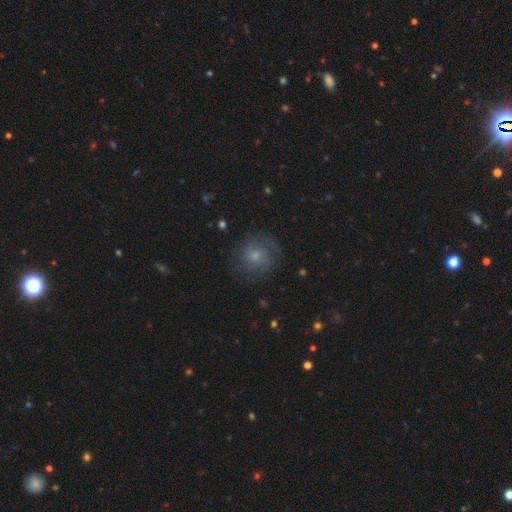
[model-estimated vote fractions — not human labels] Overall: featured or disk (48%; smooth 41%). Merging: none (74%).